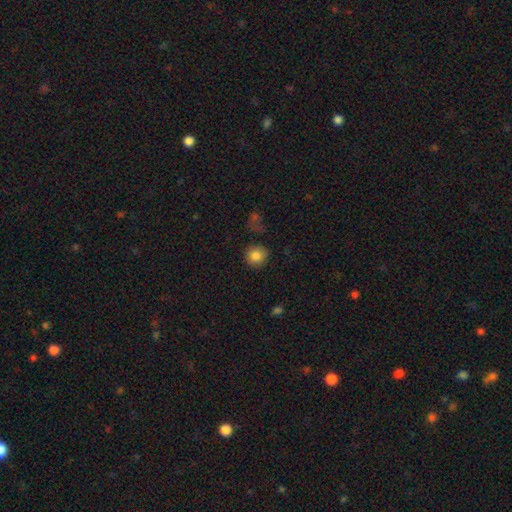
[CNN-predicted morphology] smooth 85%, star or artifact 10%, featured or disk 5%. Down the decision tree: how rounded — round (90%); merging — none (82%).